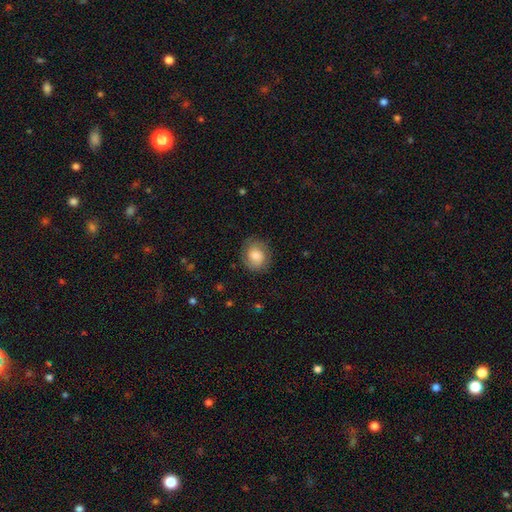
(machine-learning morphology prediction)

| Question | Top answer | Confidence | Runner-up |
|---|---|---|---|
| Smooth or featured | smooth | 59% | featured or disk (32%) |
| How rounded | round | 75% | in between (24%) |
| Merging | none | 80% | minor disturbance (14%) |